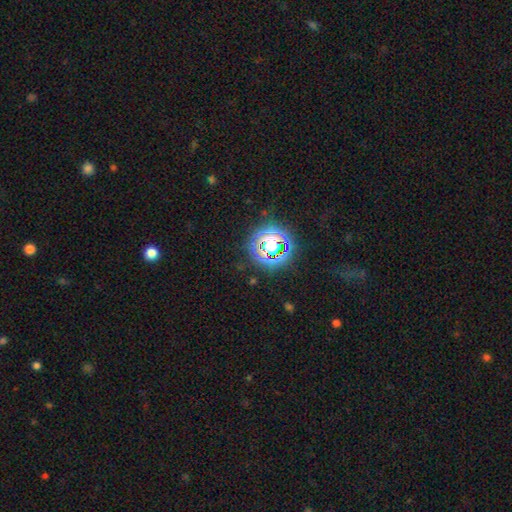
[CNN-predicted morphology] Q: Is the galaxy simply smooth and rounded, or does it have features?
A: star or artifact — 73%.